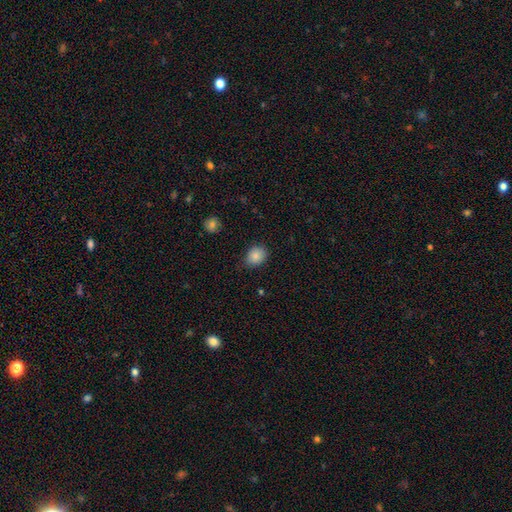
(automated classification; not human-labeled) Smooth or featured: smooth — 85% (star or artifact — 9%)
How rounded: round — 50% (in between — 49%)
Merging: none — 75% (minor disturbance — 20%)